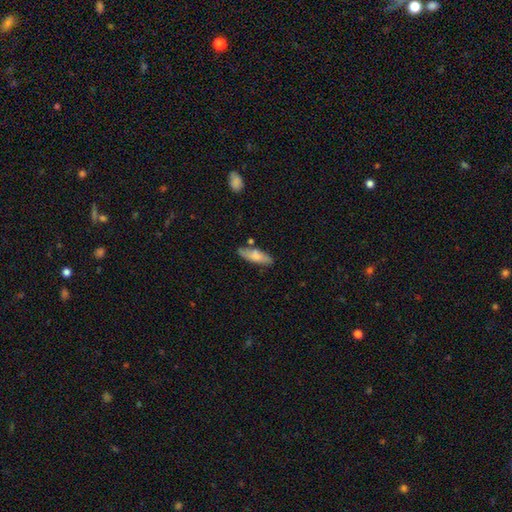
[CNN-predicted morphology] Smooth or featured?
  - smooth: 74% *
  - featured or disk: 20%
  - star or artifact: 6%
How rounded?
  - in between: 51% *
  - cigar-shaped: 46%
  - round: 2%
Merging?
  - none: 74% *
  - minor disturbance: 16%
  - merger: 6%
  - major disturbance: 3%